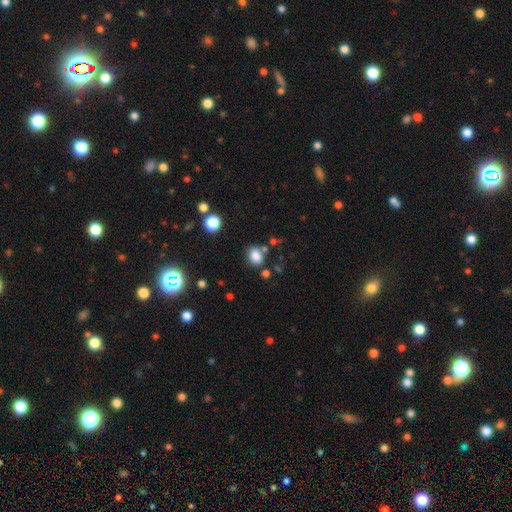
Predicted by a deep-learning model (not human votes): This appears to be a smooth galaxy with no disk features (82%) that is in between round and cigar-shaped (57%). Merging: none (71%).